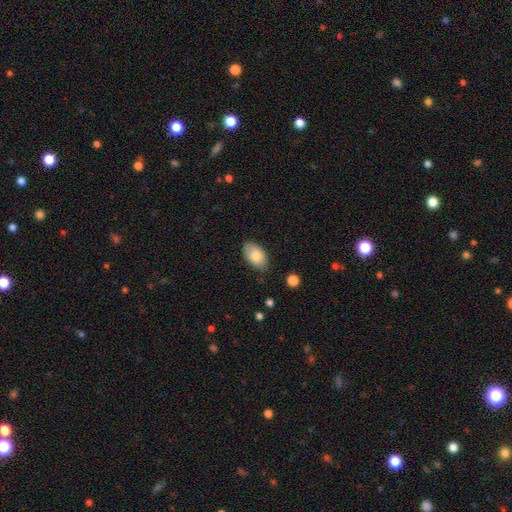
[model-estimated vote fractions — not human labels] Smooth or featured? Predicted: smooth (p=0.82). How rounded? Predicted: in between (p=0.93). Merging? Predicted: none (p=0.77).